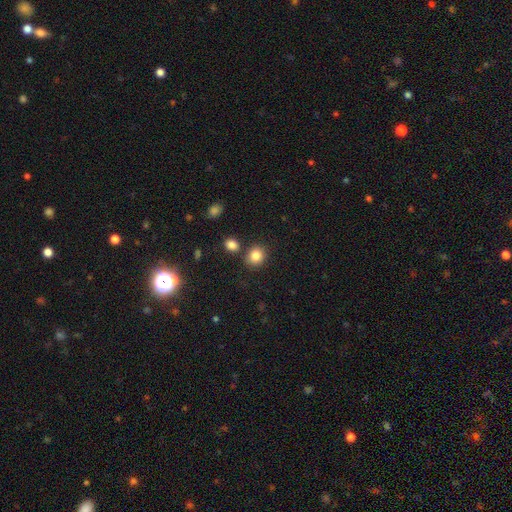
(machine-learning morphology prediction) Smooth or featured?
  - smooth: 84% *
  - star or artifact: 10%
  - featured or disk: 5%
How rounded?
  - round: 77% *
  - in between: 23%
  - cigar-shaped: 1%
Merging?
  - none: 79% *
  - merger: 9%
  - minor disturbance: 9%
  - major disturbance: 3%